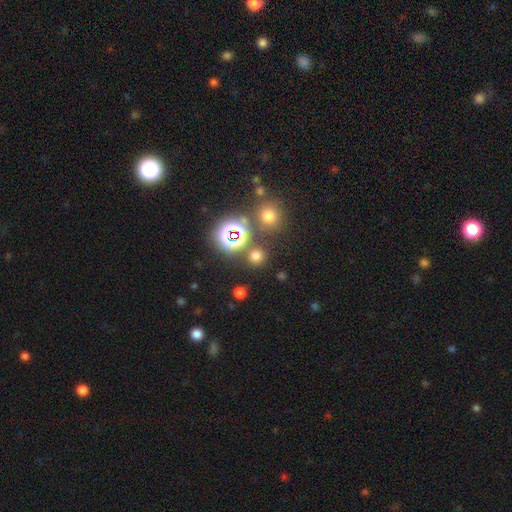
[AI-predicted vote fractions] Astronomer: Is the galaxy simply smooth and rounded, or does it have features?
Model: smooth — 62%.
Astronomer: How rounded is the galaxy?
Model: round — 90%.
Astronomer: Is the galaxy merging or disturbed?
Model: none — 82%.